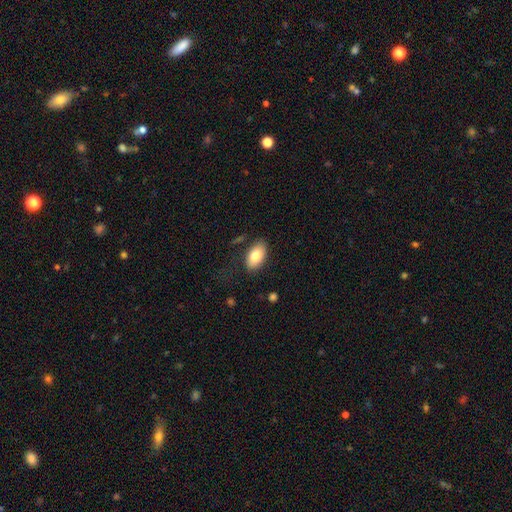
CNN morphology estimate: Smooth or featured: smooth — 80% (featured or disk — 13%)
How rounded: in between — 93% (round — 5%)
Merging: none — 81% (minor disturbance — 13%)